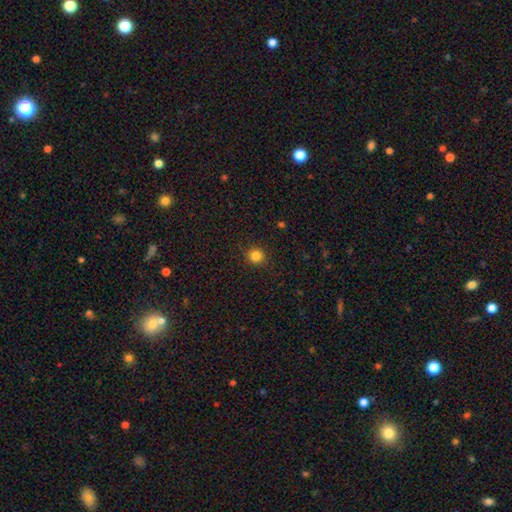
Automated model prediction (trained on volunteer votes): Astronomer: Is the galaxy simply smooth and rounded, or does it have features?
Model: smooth — 83%.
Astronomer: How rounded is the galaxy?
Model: round — 93%.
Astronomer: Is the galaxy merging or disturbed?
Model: none — 90%.